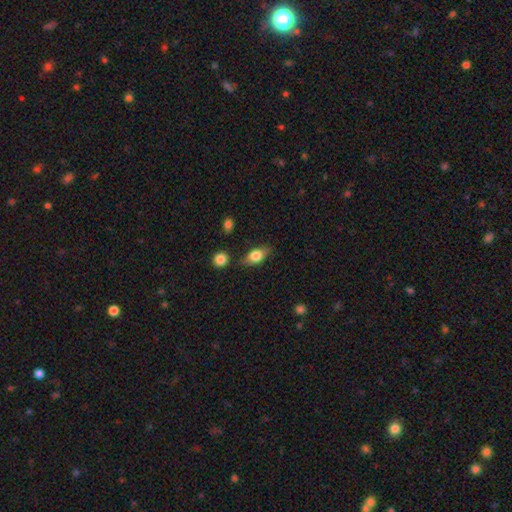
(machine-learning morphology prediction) smooth-or-featured: smooth: 69% | featured or disk: 23% | star or artifact: 8%
  how-rounded: in between: 80% | round: 11% | cigar-shaped: 9%
  merging: none: 75% | minor disturbance: 16% | merger: 5% | major disturbance: 4%